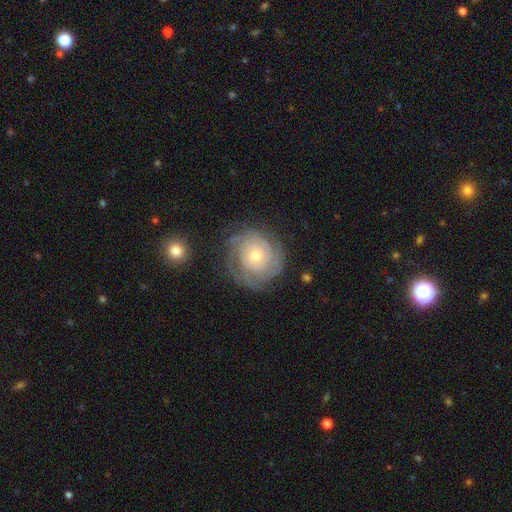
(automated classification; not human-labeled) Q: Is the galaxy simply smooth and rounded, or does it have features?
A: featured or disk — 77%.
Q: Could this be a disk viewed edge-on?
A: no — 97%.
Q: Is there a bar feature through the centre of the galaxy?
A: no — 83%.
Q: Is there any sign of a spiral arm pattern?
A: yes — 91%.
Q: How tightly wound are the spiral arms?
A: tight — 78%.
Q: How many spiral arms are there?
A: can't tell — 42%.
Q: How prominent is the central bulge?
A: small — 50%.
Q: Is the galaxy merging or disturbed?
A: none — 74%.